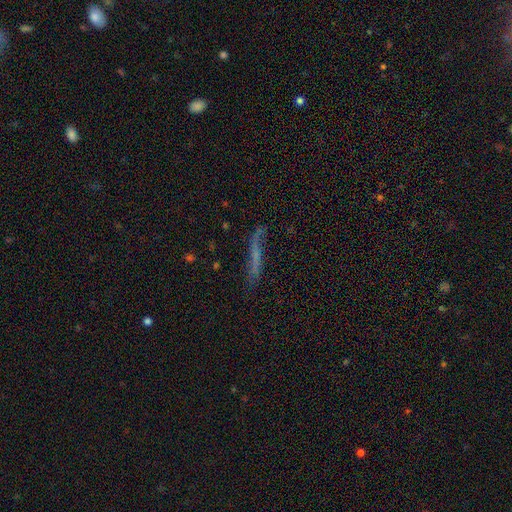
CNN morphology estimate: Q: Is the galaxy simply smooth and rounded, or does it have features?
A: featured or disk — 49%.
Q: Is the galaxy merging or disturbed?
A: none — 60%.